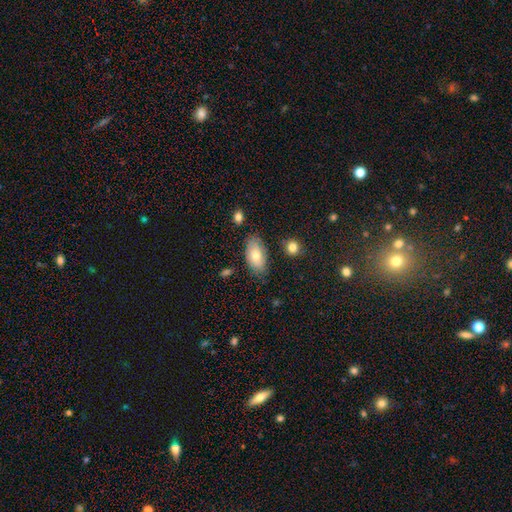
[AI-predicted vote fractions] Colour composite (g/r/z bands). It shows a smooth galaxy with no disk features (71%) that is in between round and cigar-shaped (93%). Merging: none (74%).